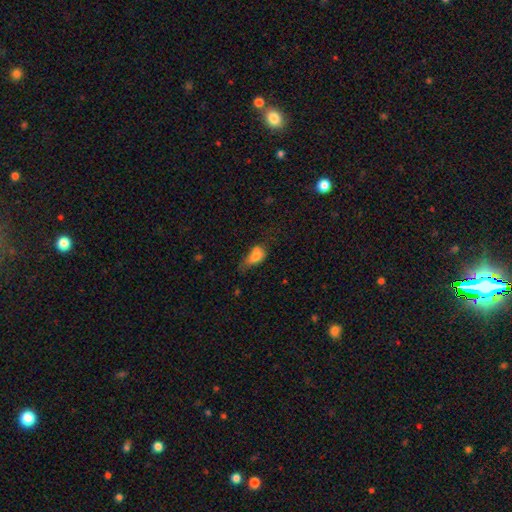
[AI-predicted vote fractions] This is likely a smooth galaxy (75%). How rounded: clearly in between (85%). Merging: marginally minor disturbance (34%).